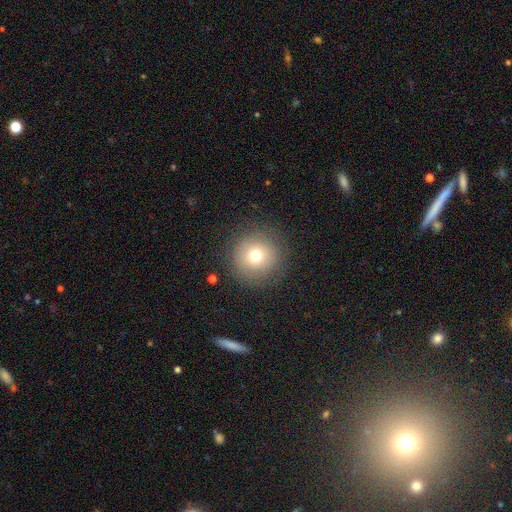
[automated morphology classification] Smooth or featured? Predicted: smooth (p=0.72). How rounded? Predicted: round (p=0.95). Merging? Predicted: none (p=0.87).